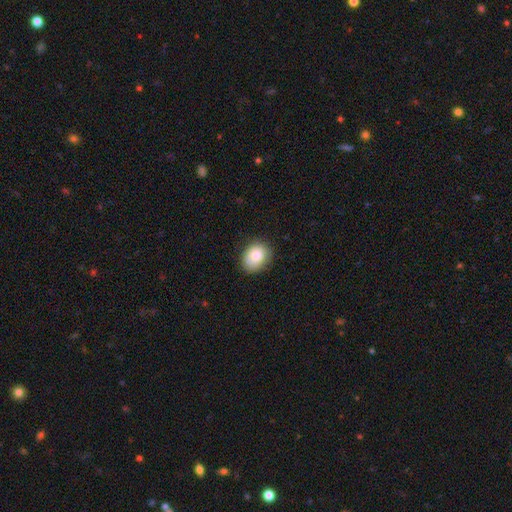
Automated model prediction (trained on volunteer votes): Q: Smooth or featured?
A: smooth (82%); runner-up: featured or disk (10%)
Q: How rounded?
A: in between (55%); runner-up: round (44%)
Q: Merging?
A: none (79%); runner-up: minor disturbance (17%)